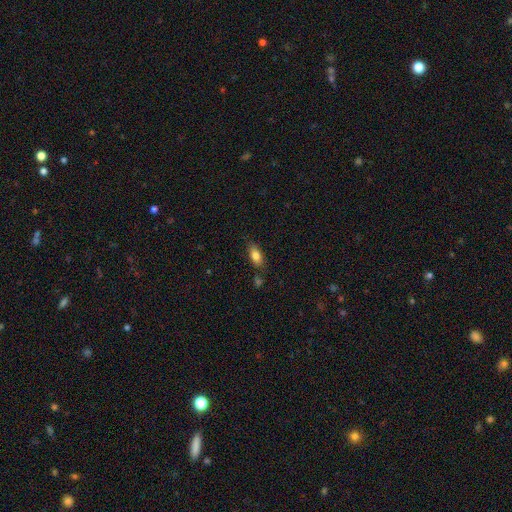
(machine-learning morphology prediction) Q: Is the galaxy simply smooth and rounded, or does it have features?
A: smooth — 80%.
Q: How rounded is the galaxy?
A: in between — 85%.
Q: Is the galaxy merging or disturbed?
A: none — 74%.